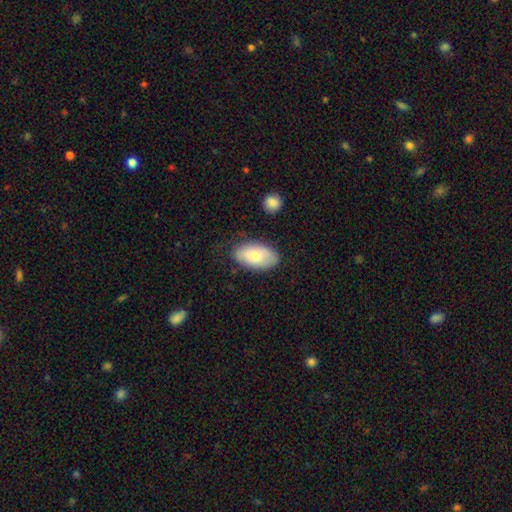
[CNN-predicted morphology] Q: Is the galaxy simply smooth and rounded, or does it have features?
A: smooth — 75%.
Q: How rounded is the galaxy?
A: in between — 95%.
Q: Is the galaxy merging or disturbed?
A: none — 79%.